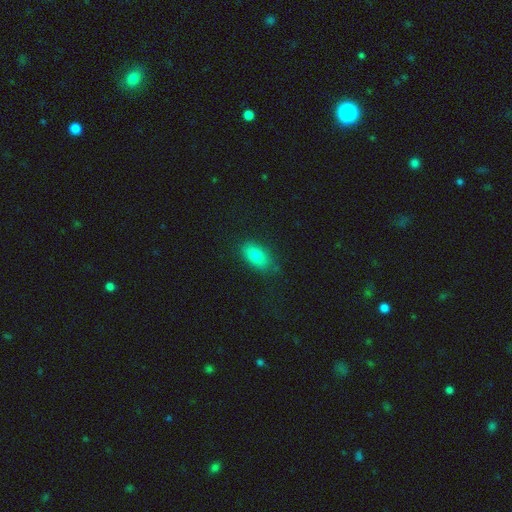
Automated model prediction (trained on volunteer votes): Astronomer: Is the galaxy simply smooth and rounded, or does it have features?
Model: smooth — 81%.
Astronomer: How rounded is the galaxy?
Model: in between — 88%.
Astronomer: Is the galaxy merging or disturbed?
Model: none — 77%.